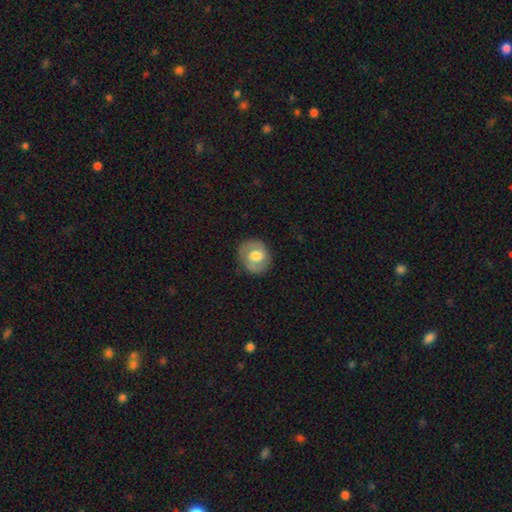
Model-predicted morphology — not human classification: Smooth or featured: smooth — 54% (featured or disk — 39%)
How rounded: round — 76% (in between — 23%)
Merging: none — 82% (minor disturbance — 13%)